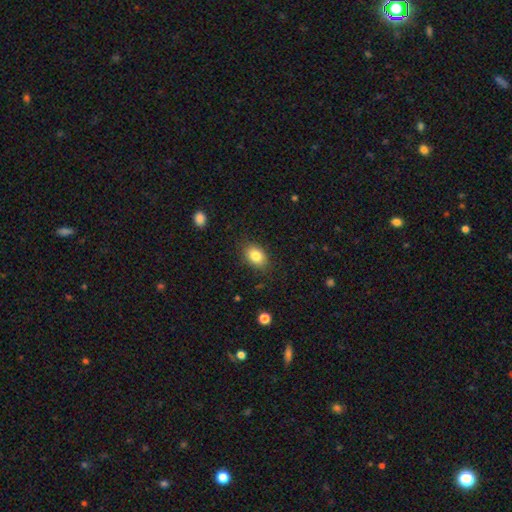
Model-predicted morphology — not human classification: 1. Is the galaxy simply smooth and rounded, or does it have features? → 83% smooth, 9% star or artifact, 8% featured or disk.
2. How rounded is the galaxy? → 76% in between, 23% round, 1% cigar-shaped.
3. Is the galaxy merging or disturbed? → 85% none, 11% minor disturbance, 3% major disturbance, 1% merger.